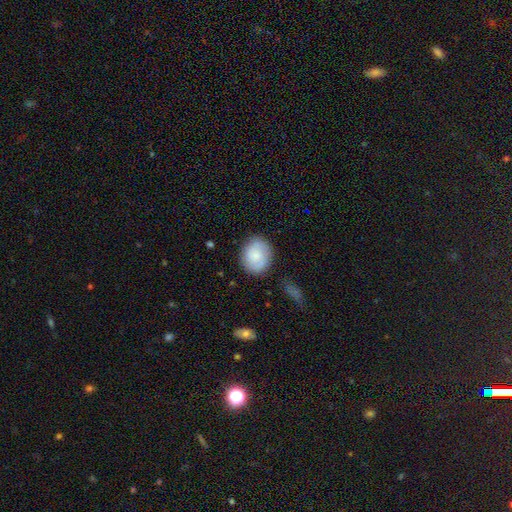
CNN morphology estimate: smooth-or-featured: smooth: 68% | featured or disk: 24% | star or artifact: 7%
  how-rounded: round: 68% | in between: 31% | cigar-shaped: 1%
  merging: none: 81% | minor disturbance: 13% | major disturbance: 4% | merger: 2%